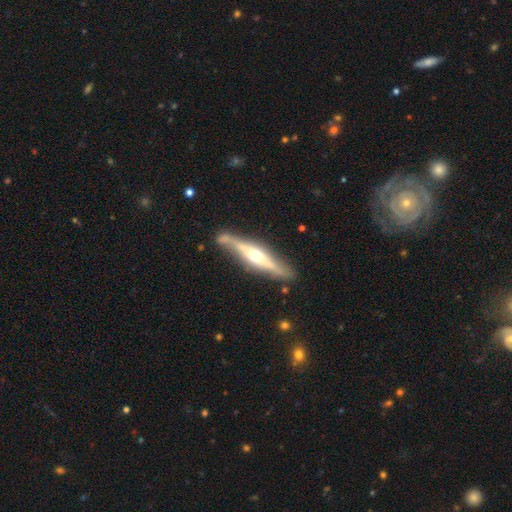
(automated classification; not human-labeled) This is likely a featured or disk galaxy (72%). It is clearly viewed edge-on (90%). Edge-on bulge: clearly rounded (86%). Merging: likely none (76%).